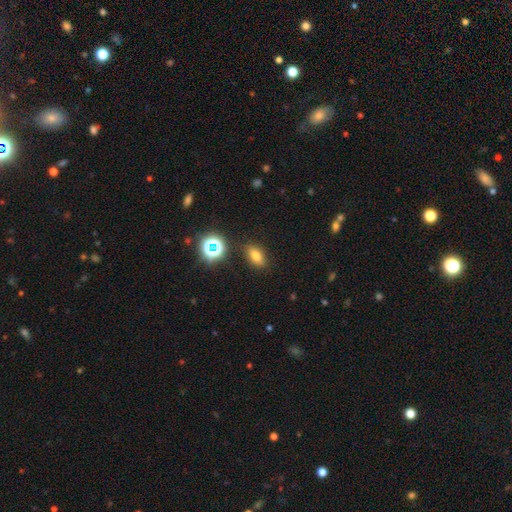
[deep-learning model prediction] The model was most divided on "smooth or featured": smooth: 72%, star or artifact: 19%, featured or disk: 10%. More confident: merging — none (86%); how rounded — in between (80%).